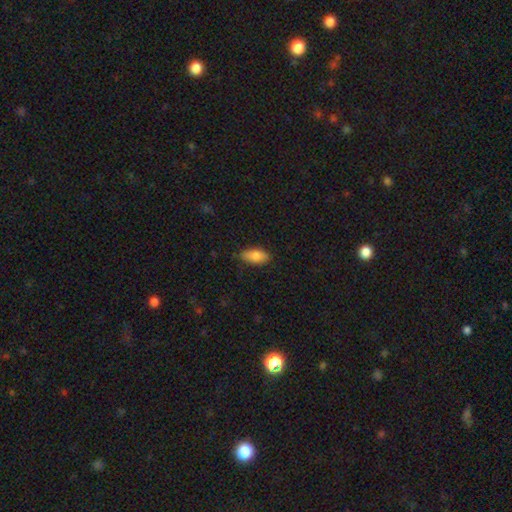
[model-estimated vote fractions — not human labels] Morphology: type=smooth (81%); roundness=in between (89%); merging=none (76%).